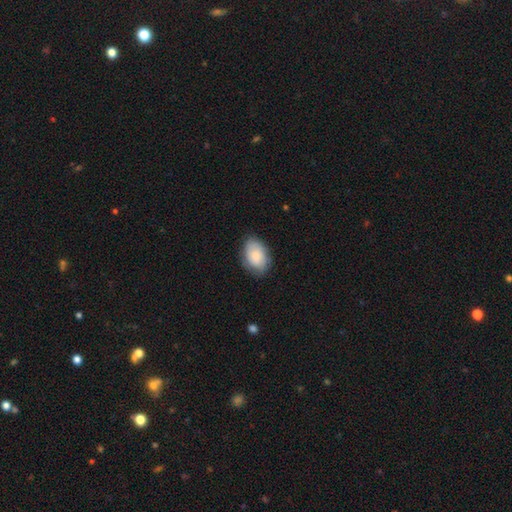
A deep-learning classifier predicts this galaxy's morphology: Overall: smooth (81%). How rounded: in between (88%). Merging: none (75%).